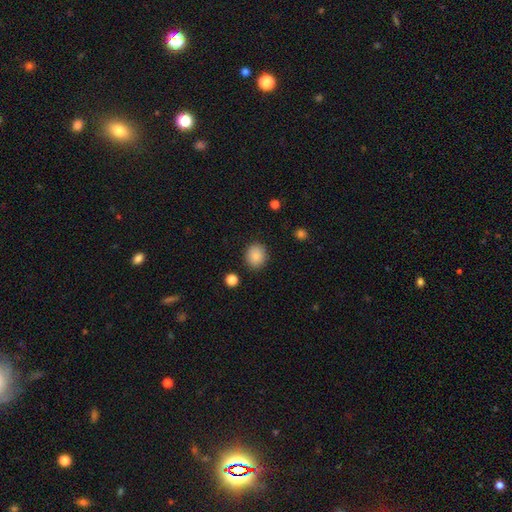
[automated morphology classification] A smooth galaxy with no disk features (87%) that is round (78%).

Vote fractions:
- Smooth or featured? smooth: 87% / star or artifact: 9% / featured or disk: 4%
- How rounded? round: 78% / in between: 21% / cigar-shaped: 1%
- Merging? none: 89% / minor disturbance: 7% / major disturbance: 2% / merger: 2%